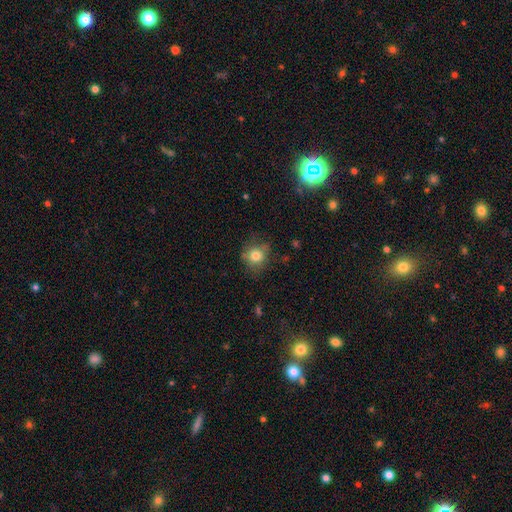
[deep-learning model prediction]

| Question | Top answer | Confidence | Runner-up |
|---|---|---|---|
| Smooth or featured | smooth | 77% | star or artifact (12%) |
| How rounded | round | 81% | in between (18%) |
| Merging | none | 73% | minor disturbance (19%) |